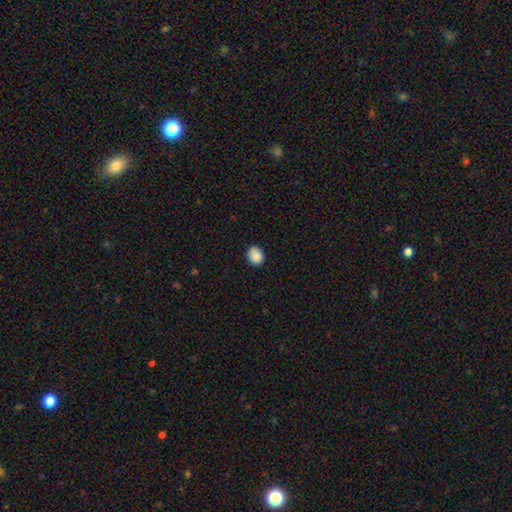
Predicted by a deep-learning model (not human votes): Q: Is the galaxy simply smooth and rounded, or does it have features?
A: smooth — 89%.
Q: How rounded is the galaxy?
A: round — 52%.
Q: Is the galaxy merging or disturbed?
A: none — 87%.